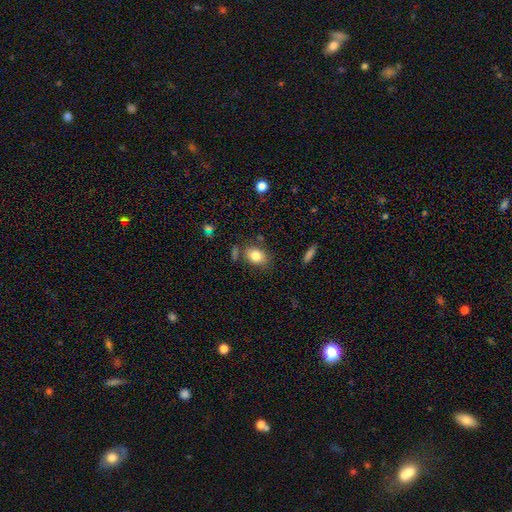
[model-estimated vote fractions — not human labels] smooth_or_featured: smooth (p=0.81) [alt: featured or disk p=0.10]
how_rounded: in between (p=0.77) [alt: round p=0.22]
merging: none (p=0.73) [alt: minor disturbance p=0.15]